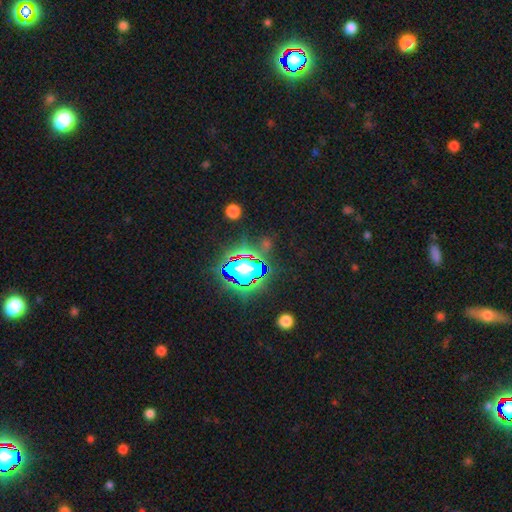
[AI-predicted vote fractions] Morphology: type=star or artifact (82%).